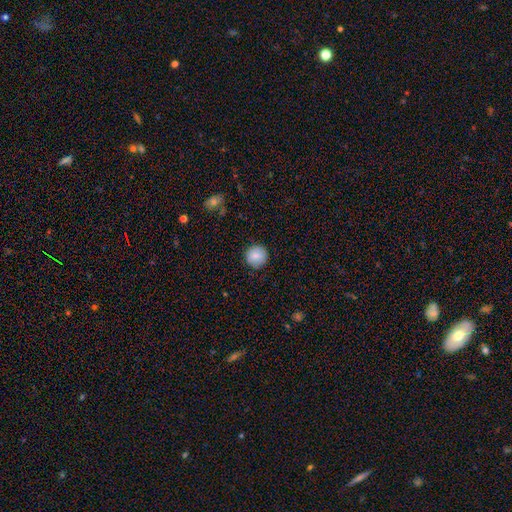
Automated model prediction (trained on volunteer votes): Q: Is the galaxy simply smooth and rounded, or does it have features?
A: smooth — 81%.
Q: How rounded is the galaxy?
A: round — 91%.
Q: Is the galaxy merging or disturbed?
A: none — 87%.